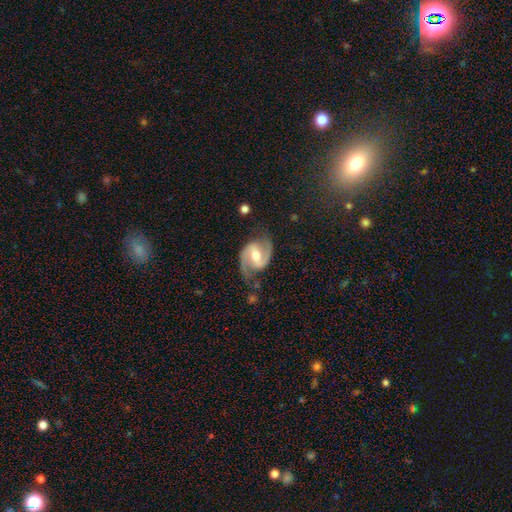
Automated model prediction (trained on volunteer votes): Morphology: type=featured or disk (91%); edge-on=no (98%); bar=weak (48%); spiral arms=yes (97%); winding=medium (59%); arm count=2 (94%); bulge=moderate (72%); merging=none (76%).